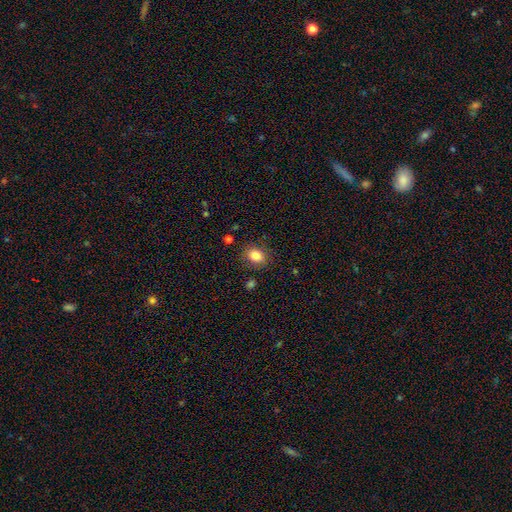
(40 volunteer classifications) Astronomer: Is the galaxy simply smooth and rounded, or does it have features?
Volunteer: smooth — 80%.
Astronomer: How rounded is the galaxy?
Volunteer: in between — 59% (runner-up: round, 41%).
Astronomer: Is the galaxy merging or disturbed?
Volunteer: none — 79%.